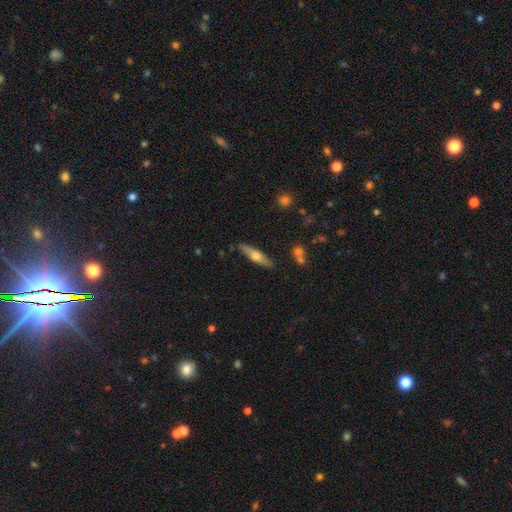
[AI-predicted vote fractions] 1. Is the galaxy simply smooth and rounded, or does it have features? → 50% smooth, 44% featured or disk, 6% star or artifact.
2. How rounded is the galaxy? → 72% cigar-shaped, 26% in between, 2% round.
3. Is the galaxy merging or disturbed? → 84% none, 11% minor disturbance, 3% merger, 2% major disturbance.